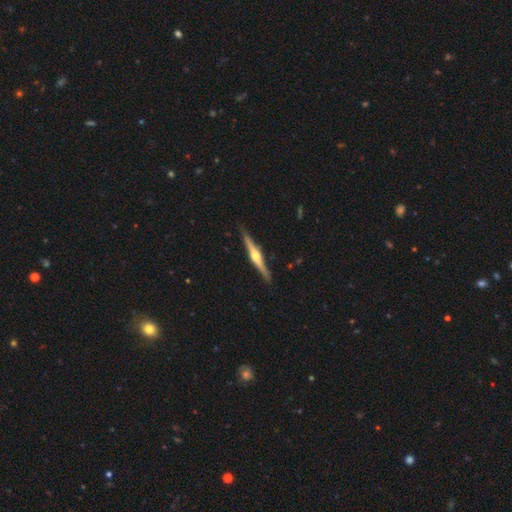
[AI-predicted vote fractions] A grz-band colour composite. It shows a featured or disk galaxy (77%) viewed edge-on (98%) with a rounded central bulge (92%). Merging: none (89%).